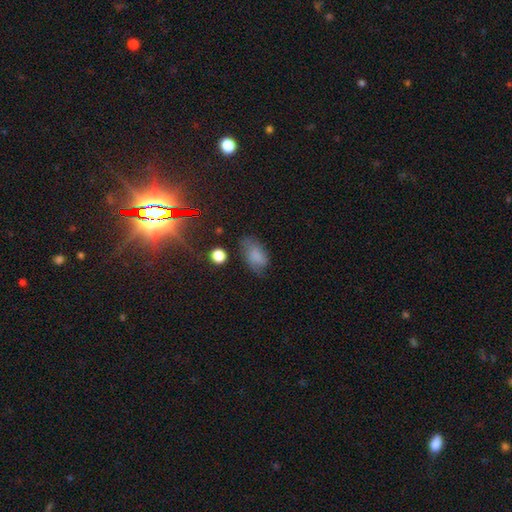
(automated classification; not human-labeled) The model was most divided on "merging": none: 55%, minor disturbance: 31%, major disturbance: 11%, merger: 3%. More confident: how rounded — in between (90%); smooth or featured — smooth (75%).